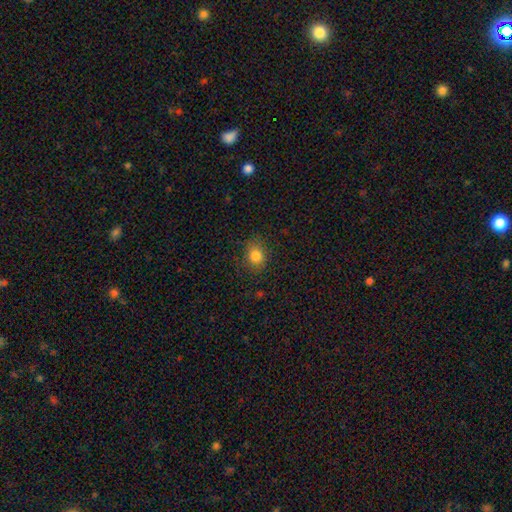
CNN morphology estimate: Q: Smooth or featured?
A: smooth (82%); runner-up: star or artifact (11%)
Q: How rounded?
A: round (60%); runner-up: in between (39%)
Q: Merging?
A: none (83%); runner-up: minor disturbance (13%)